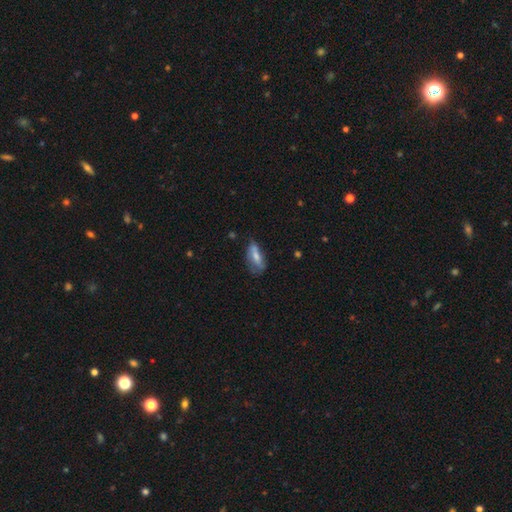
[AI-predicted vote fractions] smooth 58%, featured or disk 34%, star or artifact 8%. Down the decision tree: how rounded — in between (72%); merging — none (47%).